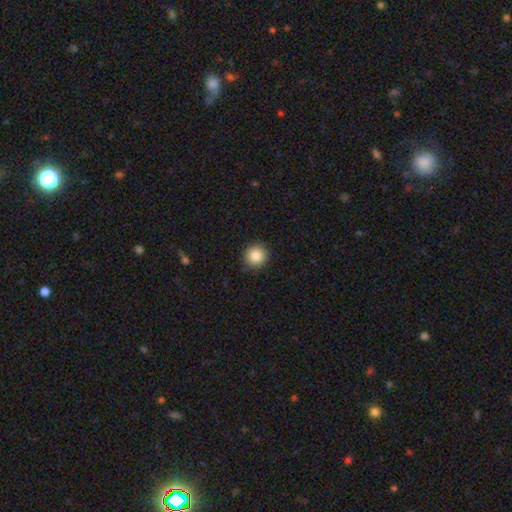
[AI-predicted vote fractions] Q: Smooth or featured?
A: smooth (85%); runner-up: star or artifact (10%)
Q: How rounded?
A: round (94%); runner-up: in between (5%)
Q: Merging?
A: none (91%); runner-up: minor disturbance (6%)